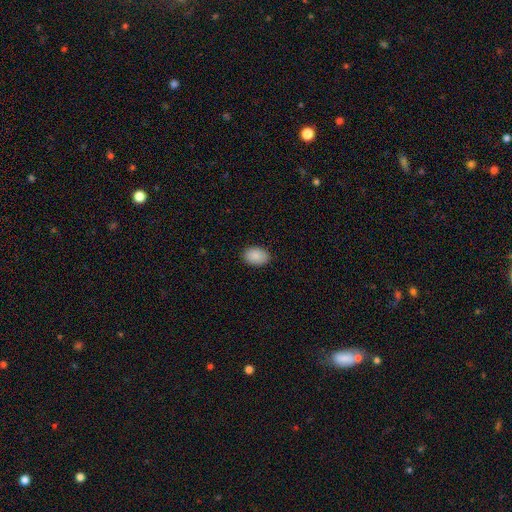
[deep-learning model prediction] A smooth galaxy with no disk features (89%) that is in between round and cigar-shaped (80%).

Vote fractions:
- Smooth or featured? smooth: 89% / star or artifact: 7% / featured or disk: 4%
- How rounded? in between: 80% / round: 19% / cigar-shaped: 1%
- Merging? none: 87% / minor disturbance: 10% / major disturbance: 2% / merger: 1%